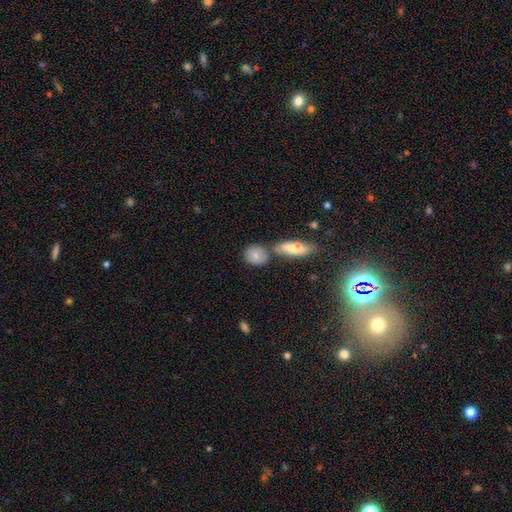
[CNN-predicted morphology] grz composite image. It shows a smooth galaxy with no disk features (78%) that is round (60%). Merging: none (61%).